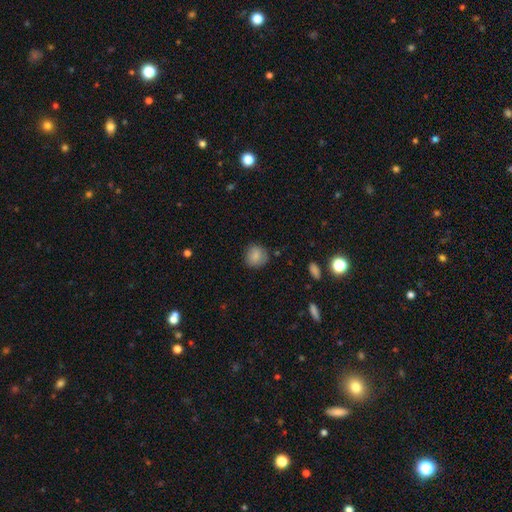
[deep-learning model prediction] Overall: smooth (83%). How rounded: round (86%). Merging: none (82%).